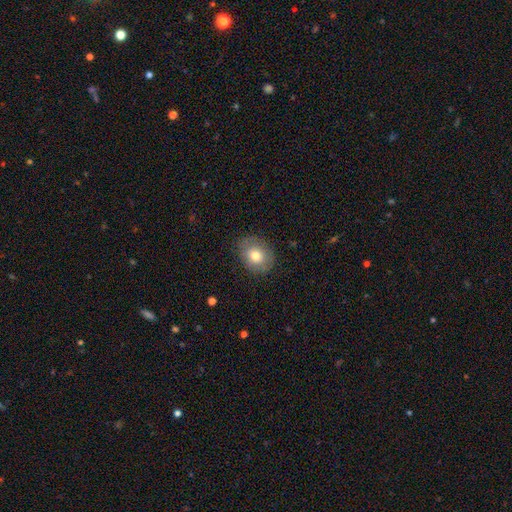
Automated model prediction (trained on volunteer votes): This is likely a smooth galaxy (74%). How rounded: possibly round (52%). Merging: clearly none (80%).